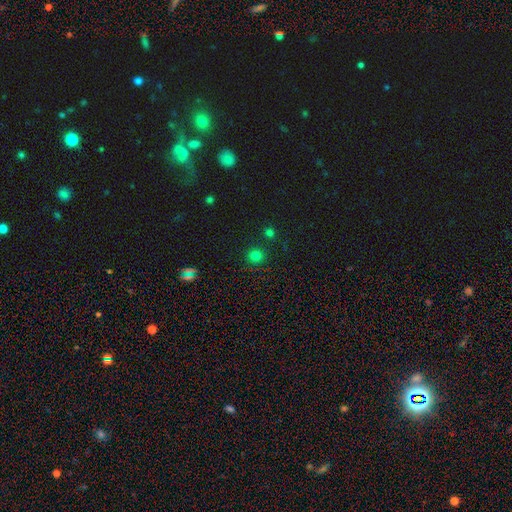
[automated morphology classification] Smooth or featured? Predicted: smooth (p=0.77). How rounded? Predicted: round (p=0.93). Merging? Predicted: none (p=0.87).